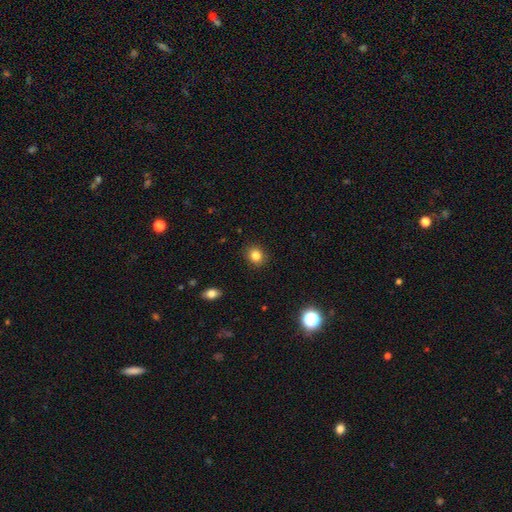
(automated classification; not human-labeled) Smooth or featured?
  - smooth: 83% *
  - star or artifact: 11%
  - featured or disk: 6%
How rounded?
  - round: 73% *
  - in between: 26%
  - cigar-shaped: 1%
Merging?
  - none: 89% *
  - minor disturbance: 8%
  - major disturbance: 2%
  - merger: 1%